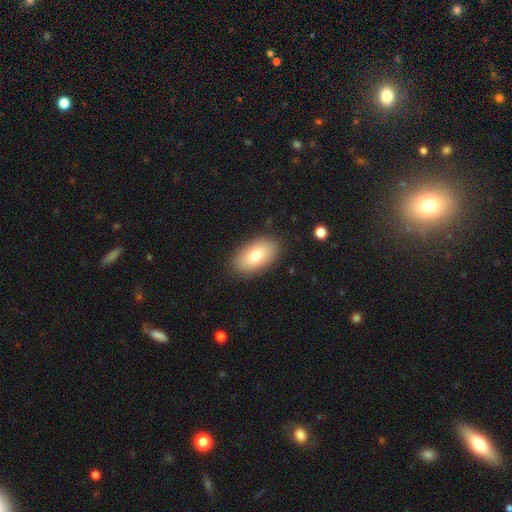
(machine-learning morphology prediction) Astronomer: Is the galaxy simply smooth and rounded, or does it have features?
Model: smooth — 75%.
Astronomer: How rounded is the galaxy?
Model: in between — 93%.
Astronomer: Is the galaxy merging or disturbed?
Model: none — 87%.